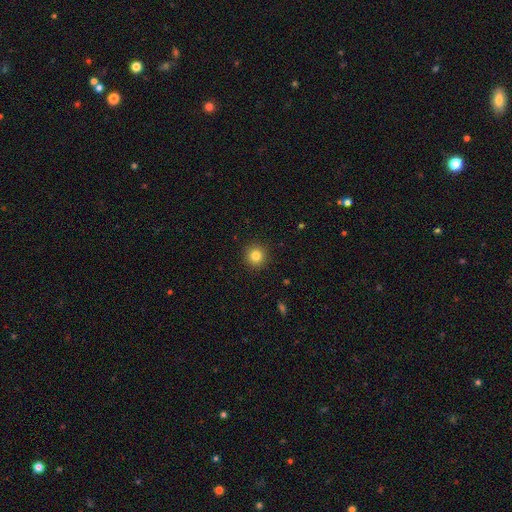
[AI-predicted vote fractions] smooth_or_featured: smooth (p=0.82) [alt: star or artifact p=0.12]
how_rounded: round (p=0.94) [alt: in between p=0.05]
merging: none (p=0.92) [alt: minor disturbance p=0.05]